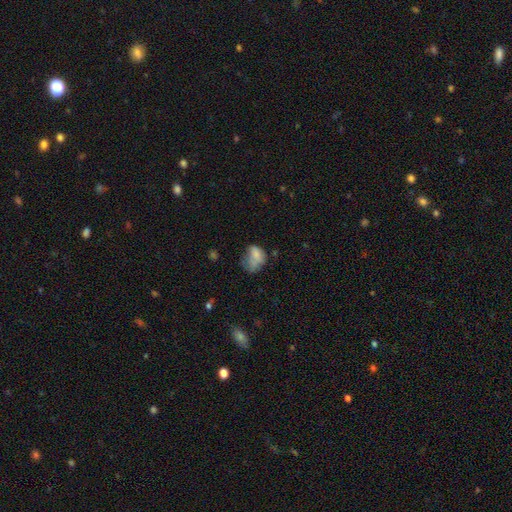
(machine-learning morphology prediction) Overall: smooth (70%). How rounded: in between (69%; round 30%). Merging: major disturbance (33%; minor disturbance 32%).